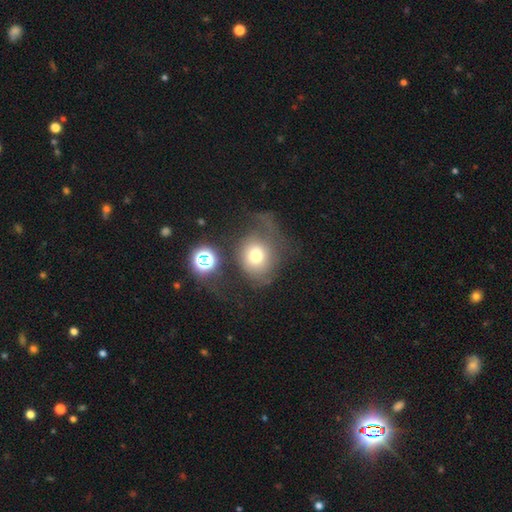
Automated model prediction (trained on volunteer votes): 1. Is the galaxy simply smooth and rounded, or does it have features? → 62% smooth, 25% featured or disk, 13% star or artifact.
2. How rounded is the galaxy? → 75% round, 24% in between, 1% cigar-shaped.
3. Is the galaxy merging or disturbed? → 40% major disturbance, 33% none, 18% minor disturbance, 8% merger.